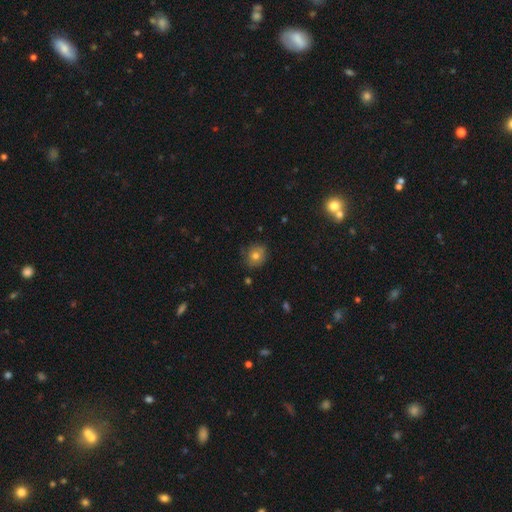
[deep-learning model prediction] Smooth or featured? smooth (72%)
How rounded? round (78%)
Merging? none (78%)